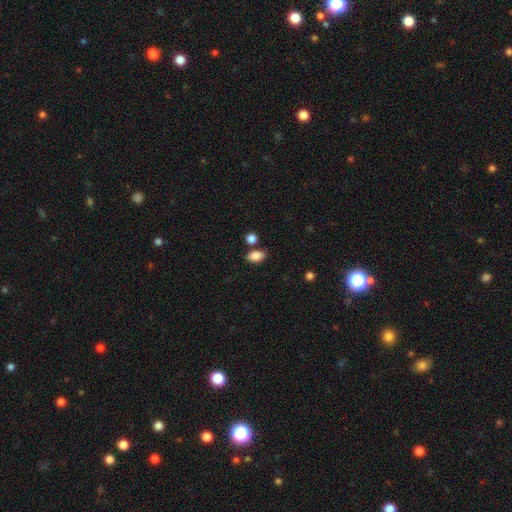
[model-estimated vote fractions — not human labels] smooth-or-featured: smooth: 87% | star or artifact: 8% | featured or disk: 5%
  how-rounded: in between: 87% | round: 11% | cigar-shaped: 2%
  merging: none: 71% | minor disturbance: 15% | merger: 11% | major disturbance: 4%